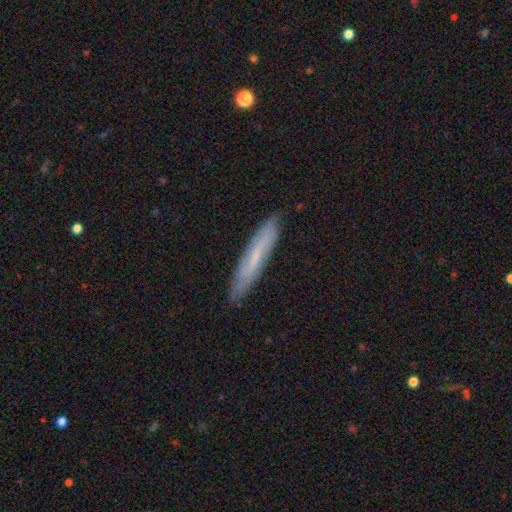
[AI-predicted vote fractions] smooth_or_featured: smooth (p=0.51) [alt: featured or disk p=0.41]
how_rounded: cigar-shaped (p=0.91) [alt: in between p=0.08]
merging: none (p=0.85) [alt: minor disturbance p=0.11]